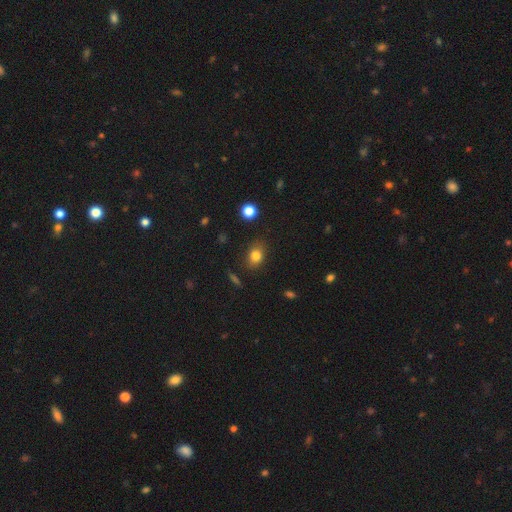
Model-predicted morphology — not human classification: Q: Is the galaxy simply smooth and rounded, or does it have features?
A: smooth — 81%.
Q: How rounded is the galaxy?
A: in between — 57%.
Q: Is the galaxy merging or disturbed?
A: none — 83%.